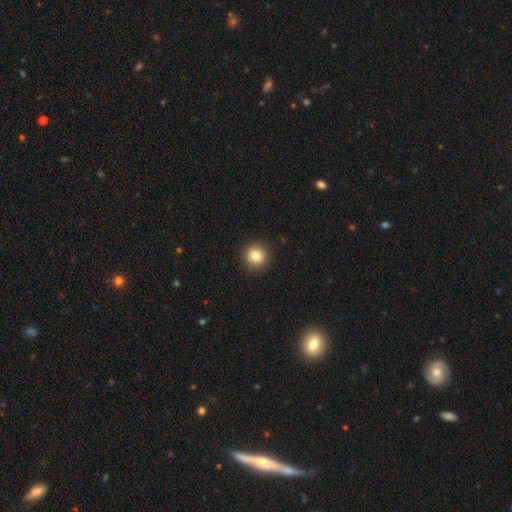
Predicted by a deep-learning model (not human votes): This is clearly a smooth galaxy (83%). How rounded: clearly round (94%). Merging: clearly none (92%).